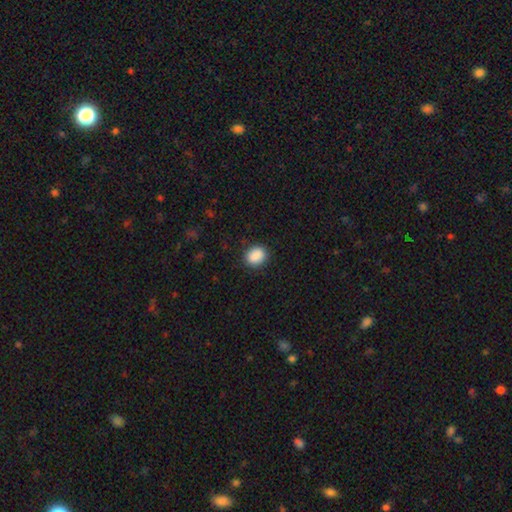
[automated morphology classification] A smooth galaxy with no disk features (89%) that is round (54%).

Vote fractions:
- Smooth or featured? smooth: 89% / star or artifact: 8% / featured or disk: 3%
- How rounded? round: 54% / in between: 45% / cigar-shaped: 1%
- Merging? none: 88% / minor disturbance: 8% / major disturbance: 3% / merger: 1%